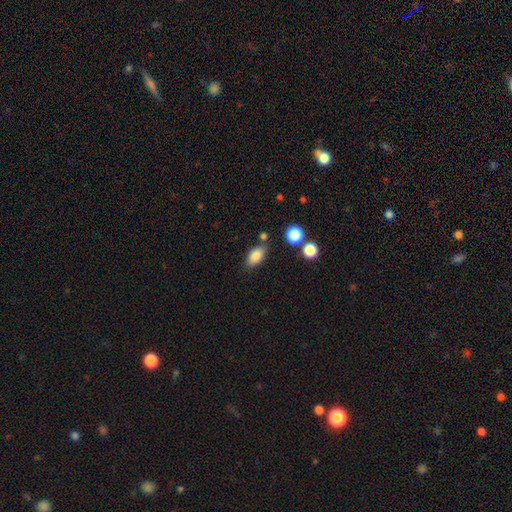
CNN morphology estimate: The model was most divided on "merging": none: 75%, minor disturbance: 15%, merger: 7%, major disturbance: 4%. More confident: how rounded — in between (88%); smooth or featured — smooth (84%).